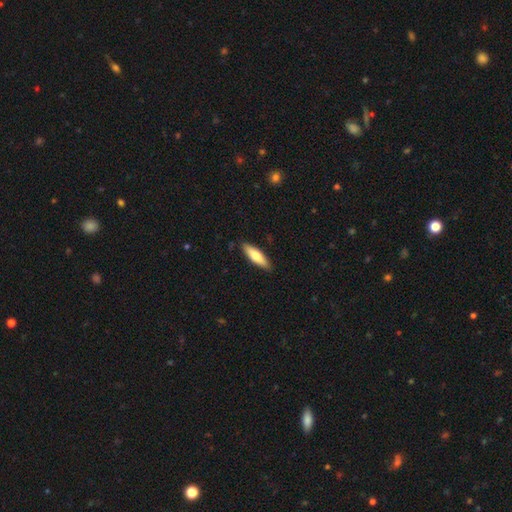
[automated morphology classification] type=smooth (70%); roundness=cigar-shaped (58%); merging=none (89%).